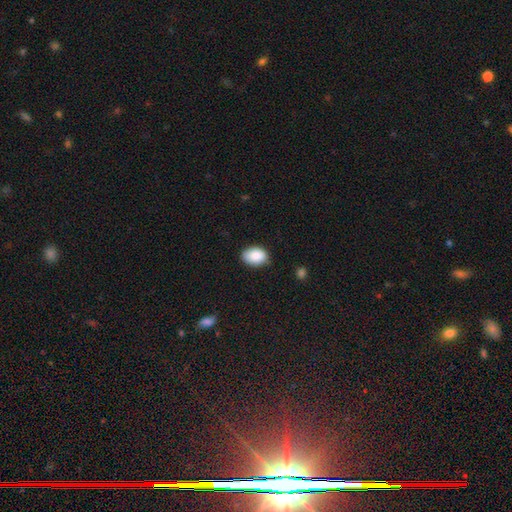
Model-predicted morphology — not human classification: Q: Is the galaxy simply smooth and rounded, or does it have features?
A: smooth — 89%.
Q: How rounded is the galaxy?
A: in between — 84%.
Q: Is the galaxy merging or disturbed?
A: none — 79%.